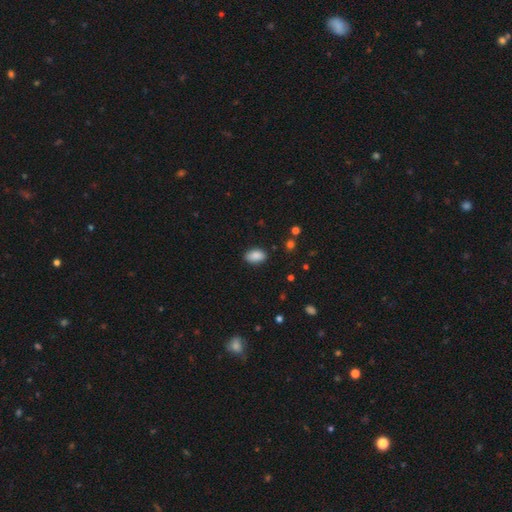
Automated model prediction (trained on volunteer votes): Morphology: type=smooth (88%); roundness=in between (92%); merging=none (87%).